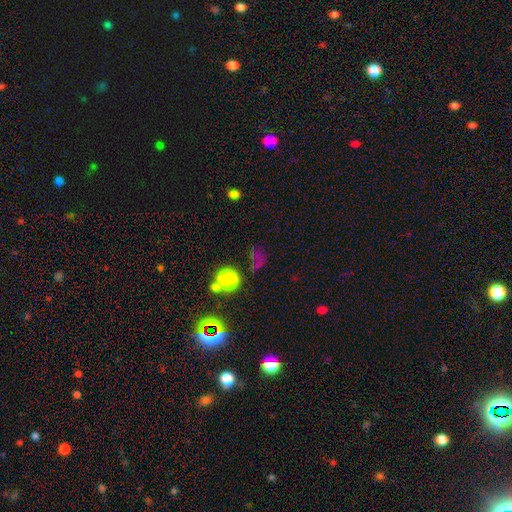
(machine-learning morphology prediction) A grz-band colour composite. It shows a star or artifact, not a galaxy (59%).